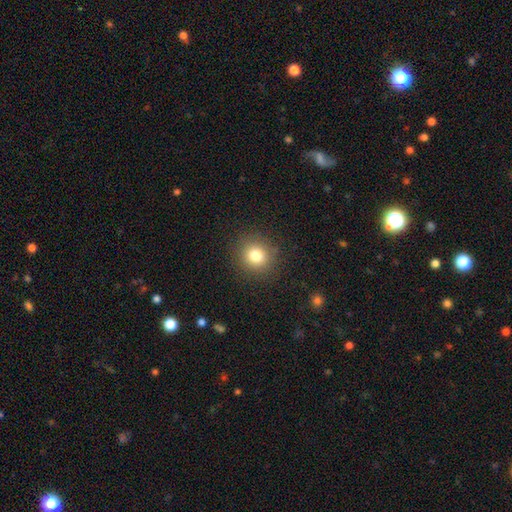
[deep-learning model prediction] Smooth or featured?
  - smooth: 80% *
  - star or artifact: 12%
  - featured or disk: 7%
How rounded?
  - round: 88% *
  - in between: 11%
  - cigar-shaped: 1%
Merging?
  - none: 89% *
  - minor disturbance: 7%
  - major disturbance: 3%
  - merger: 1%